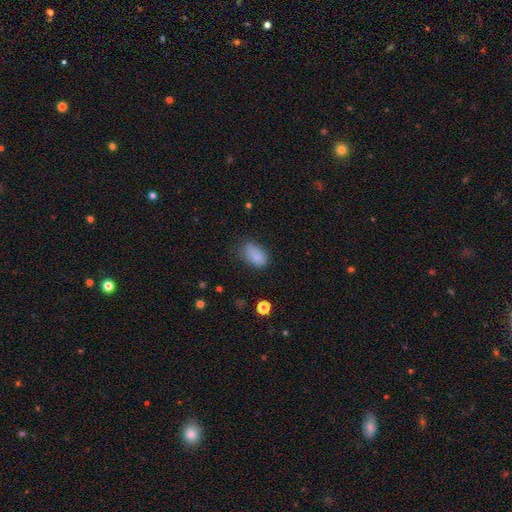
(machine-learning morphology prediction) This appears to be a smooth galaxy with no disk features (84%) that is in between round and cigar-shaped (90%). Merging: none (57%).